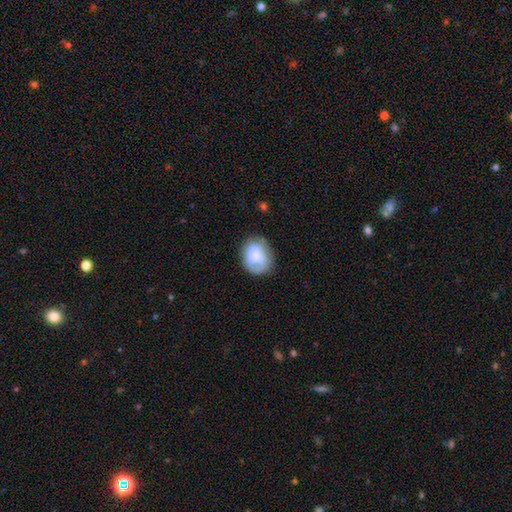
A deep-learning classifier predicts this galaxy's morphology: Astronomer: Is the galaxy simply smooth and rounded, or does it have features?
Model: smooth — 69%.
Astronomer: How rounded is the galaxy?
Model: in between — 53% (runner-up: round, 46%).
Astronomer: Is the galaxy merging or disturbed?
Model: none — 65%.